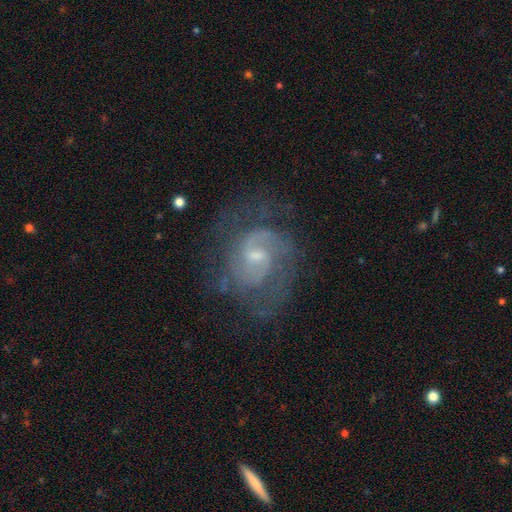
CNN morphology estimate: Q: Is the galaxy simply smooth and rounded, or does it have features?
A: featured or disk — 85%.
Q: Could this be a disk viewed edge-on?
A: no — 98%.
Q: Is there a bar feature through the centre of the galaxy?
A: weak — 56%.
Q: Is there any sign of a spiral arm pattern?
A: yes — 95%.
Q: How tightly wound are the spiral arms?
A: medium — 49%.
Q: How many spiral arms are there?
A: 2 — 68%.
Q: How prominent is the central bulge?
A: small — 60%.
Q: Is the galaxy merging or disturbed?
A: none — 67%.